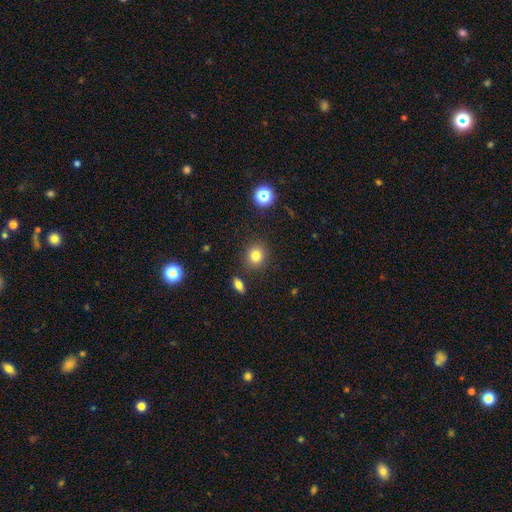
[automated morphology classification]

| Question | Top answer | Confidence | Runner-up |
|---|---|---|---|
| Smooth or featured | smooth | 78% | star or artifact (14%) |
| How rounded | round | 82% | in between (17%) |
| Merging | none | 86% | minor disturbance (8%) |